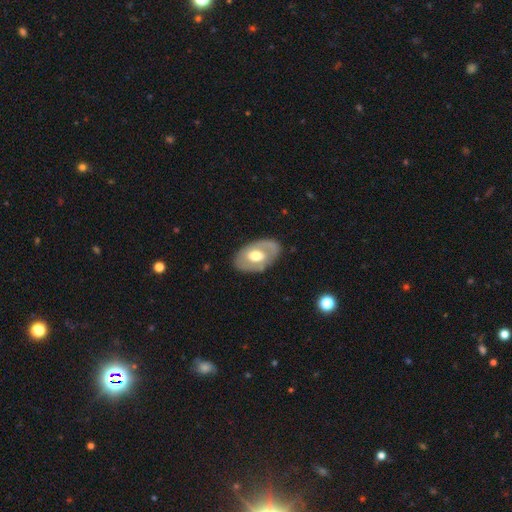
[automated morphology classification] featured or disk 56%, smooth 39%, star or artifact 5%. Down the decision tree: edge-on disk — no (91%); bar — no (61%); spiral arms — no (67%); bulge size — moderate (64%); merging — none (78%).